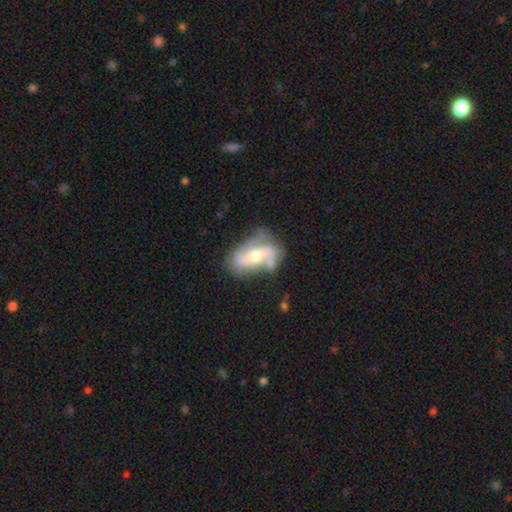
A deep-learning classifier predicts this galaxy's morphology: Smooth or featured: featured or disk — 75% (smooth — 19%)
Edge-on disk: no — 94% (yes — 6%)
Bar: no — 44% (weak — 35%)
Spiral arms: yes — 85% (no — 15%)
Spiral winding: loose — 53% (medium — 32%)
Spiral arm count: 2 — 77% (can't tell — 10%)
Bulge size: moderate — 63% (small — 30%)
Merging: none — 51% (minor disturbance — 26%)